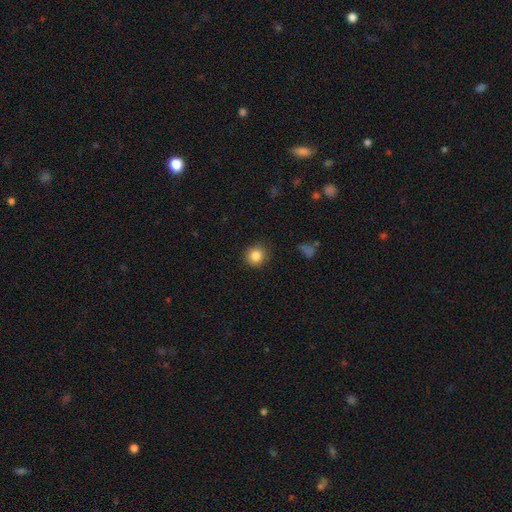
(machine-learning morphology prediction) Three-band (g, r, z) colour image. It shows a smooth galaxy with no disk features (85%) that is round (90%). Merging: none (88%).